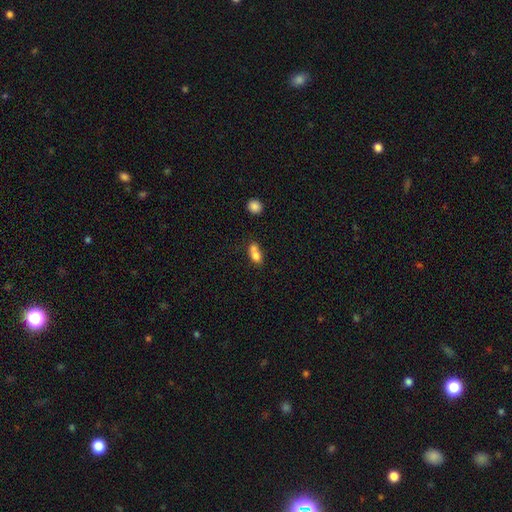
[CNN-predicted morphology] This appears to be a smooth galaxy with no disk features (74%) that is in between round and cigar-shaped (66%). Merging: merger (57%).